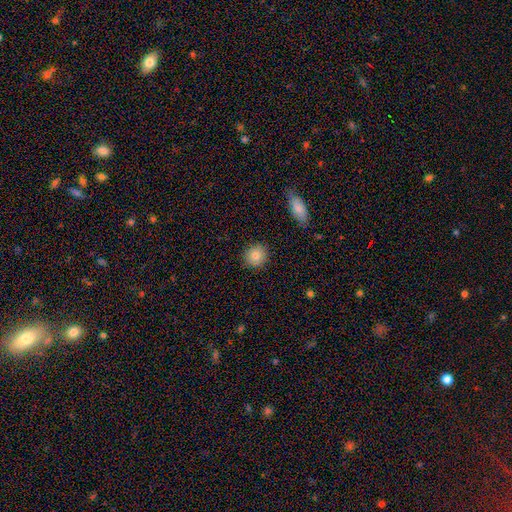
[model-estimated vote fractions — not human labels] This appears to be a smooth galaxy with no disk features (84%) that is round (87%). Merging: none (89%).